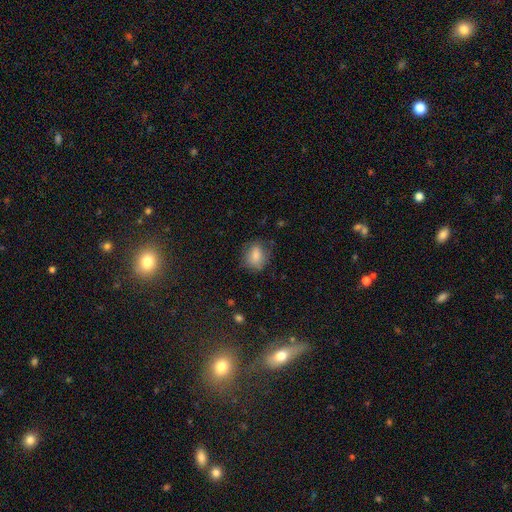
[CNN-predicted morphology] smooth-or-featured: smooth: 82% | featured or disk: 10% | star or artifact: 9%
  how-rounded: in between: 55% | round: 43% | cigar-shaped: 2%
  merging: none: 70% | minor disturbance: 21% | major disturbance: 7% | merger: 1%